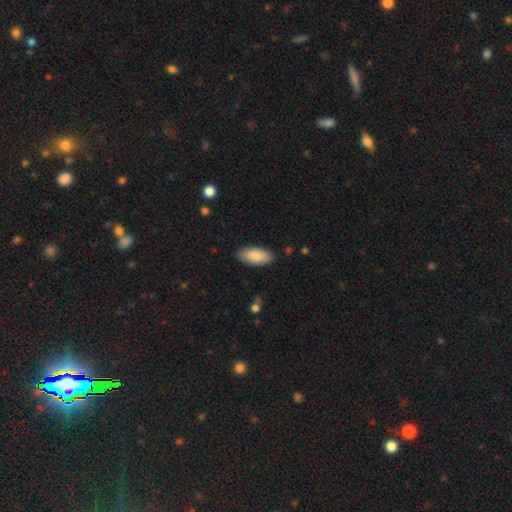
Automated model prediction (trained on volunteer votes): The model was most divided on "merging": none: 86%, minor disturbance: 11%, major disturbance: 2%, merger: 1%. More confident: how rounded — in between (90%); smooth or featured — smooth (86%).